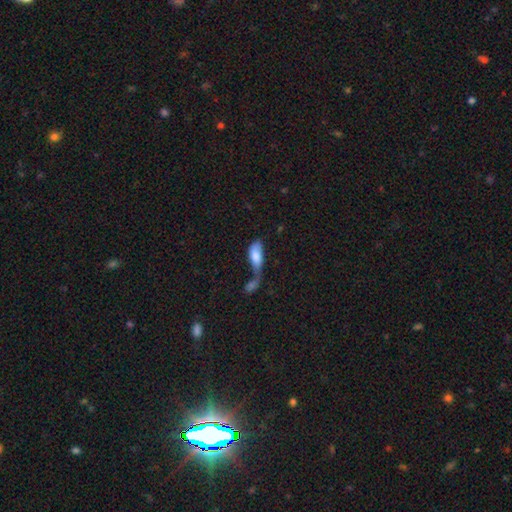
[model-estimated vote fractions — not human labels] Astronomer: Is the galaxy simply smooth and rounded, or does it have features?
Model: smooth — 74%.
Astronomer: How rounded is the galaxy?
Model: in between — 84%.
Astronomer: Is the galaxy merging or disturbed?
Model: merger — 53%.